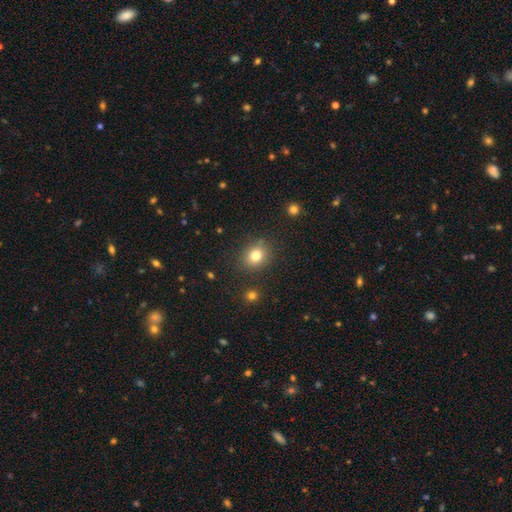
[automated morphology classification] This appears to be a smooth galaxy with no disk features (80%) that is round (62%). Merging: none (84%).